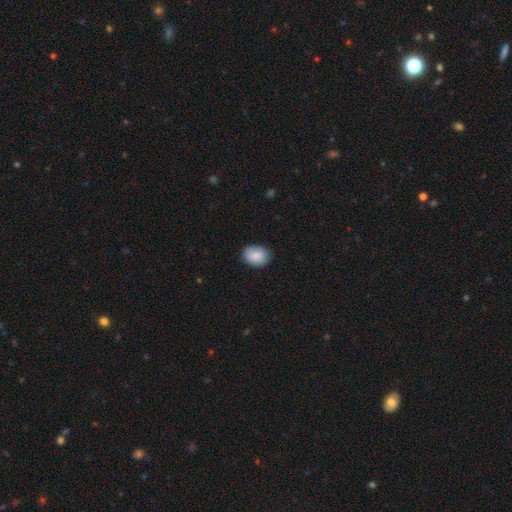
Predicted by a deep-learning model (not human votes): This appears to be a smooth galaxy with no disk features (87%) that is in between round and cigar-shaped (64%). Merging: none (84%).